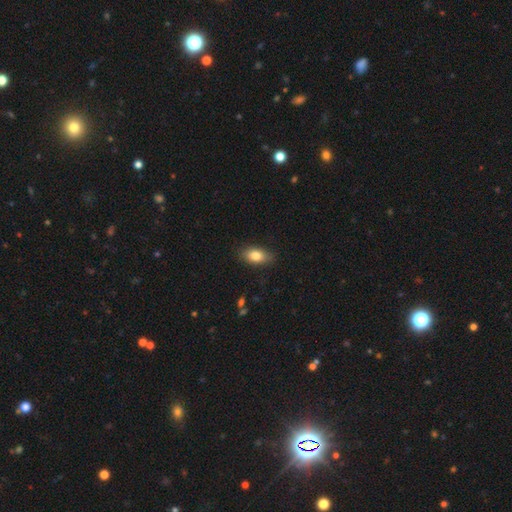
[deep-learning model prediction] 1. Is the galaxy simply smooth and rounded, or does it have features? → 82% smooth, 10% featured or disk, 7% star or artifact.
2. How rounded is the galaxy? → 88% in between, 7% round, 5% cigar-shaped.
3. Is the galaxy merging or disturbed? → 85% none, 12% minor disturbance, 2% major disturbance, 1% merger.